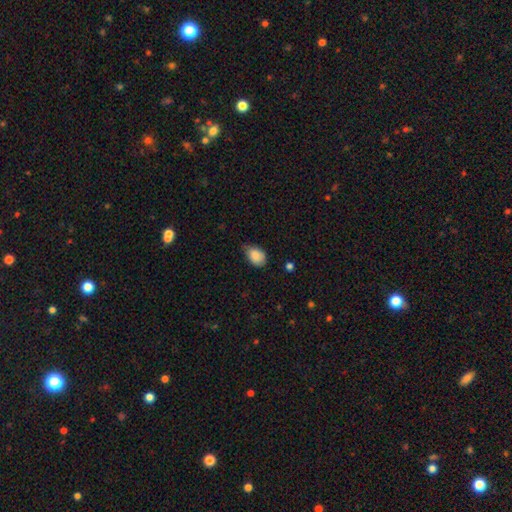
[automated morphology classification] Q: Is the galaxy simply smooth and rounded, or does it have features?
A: smooth — 85%.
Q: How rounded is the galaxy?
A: in between — 80%.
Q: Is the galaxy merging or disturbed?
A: none — 51%.